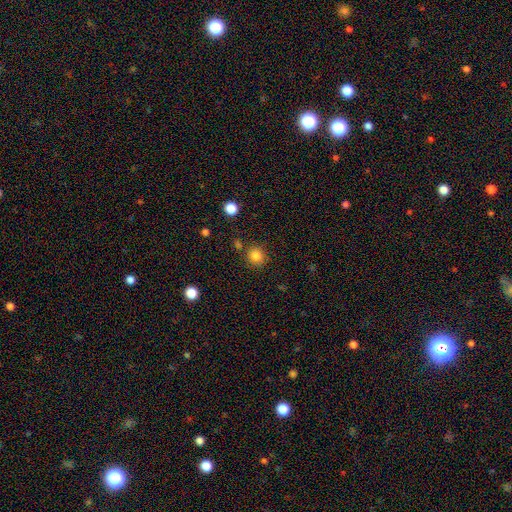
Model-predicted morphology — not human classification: The model was most divided on "smooth or featured": smooth: 83%, star or artifact: 11%, featured or disk: 5%. More confident: how rounded — round (91%); merging — none (82%).